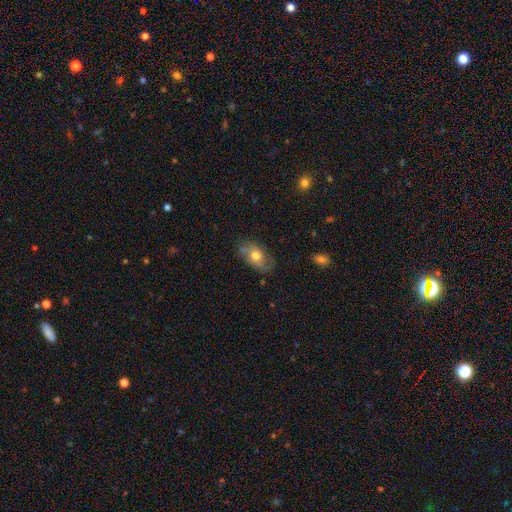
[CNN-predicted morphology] smooth-or-featured: smooth: 57% | featured or disk: 35% | star or artifact: 8%
  how-rounded: in between: 86% | round: 11% | cigar-shaped: 3%
  merging: none: 68% | minor disturbance: 24% | major disturbance: 7% | merger: 2%